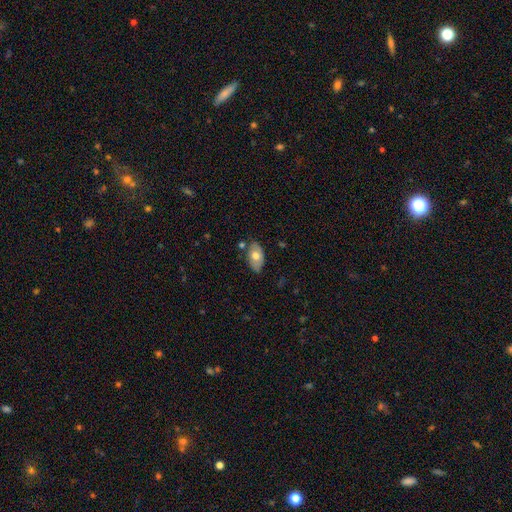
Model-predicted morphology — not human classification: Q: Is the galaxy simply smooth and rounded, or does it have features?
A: smooth — 64%.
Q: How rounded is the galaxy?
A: in between — 92%.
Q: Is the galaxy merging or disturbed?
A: none — 72%.